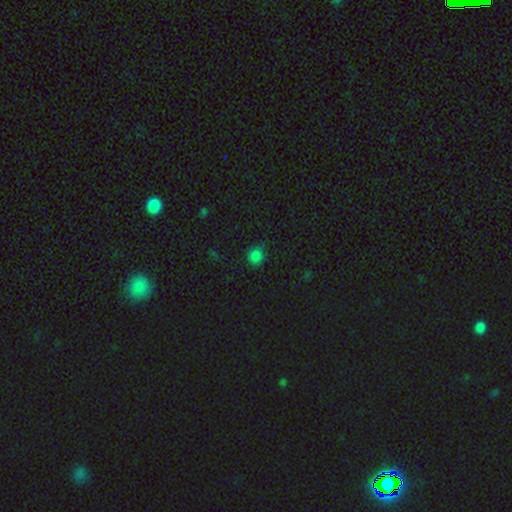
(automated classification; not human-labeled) A smooth galaxy with no disk features (80%) that is round (89%).

Vote fractions:
- Smooth or featured? smooth: 80% / star or artifact: 17% / featured or disk: 3%
- How rounded? round: 89% / in between: 10% / cigar-shaped: 1%
- Merging? none: 82% / minor disturbance: 13% / major disturbance: 3% / merger: 1%